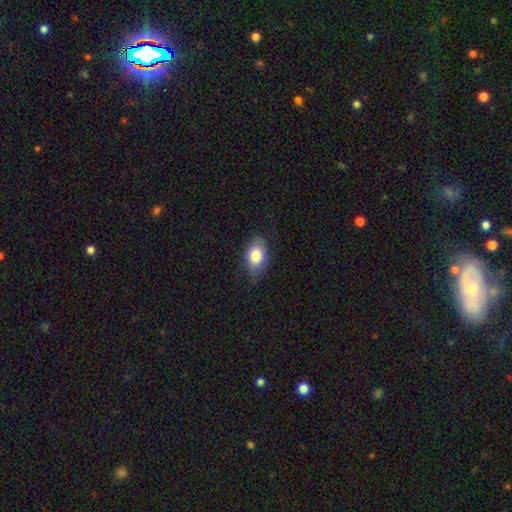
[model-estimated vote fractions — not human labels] Smooth or featured?
  - smooth: 80% *
  - featured or disk: 13%
  - star or artifact: 7%
How rounded?
  - in between: 89% *
  - round: 8%
  - cigar-shaped: 2%
Merging?
  - none: 74% *
  - minor disturbance: 21%
  - major disturbance: 5%
  - merger: 1%